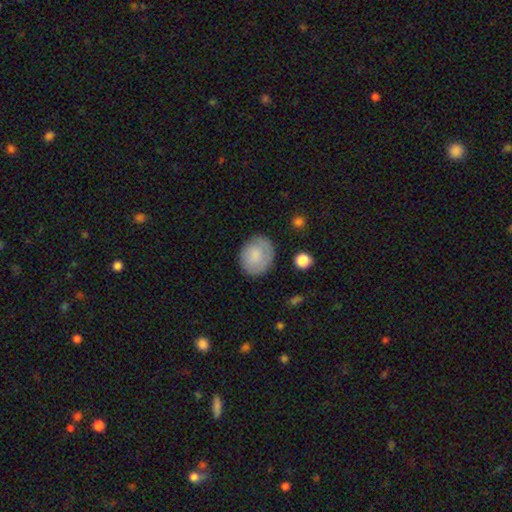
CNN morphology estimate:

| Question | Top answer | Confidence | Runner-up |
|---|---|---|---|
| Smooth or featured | smooth | 76% | featured or disk (17%) |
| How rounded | round | 62% | in between (37%) |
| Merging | none | 76% | minor disturbance (17%) |